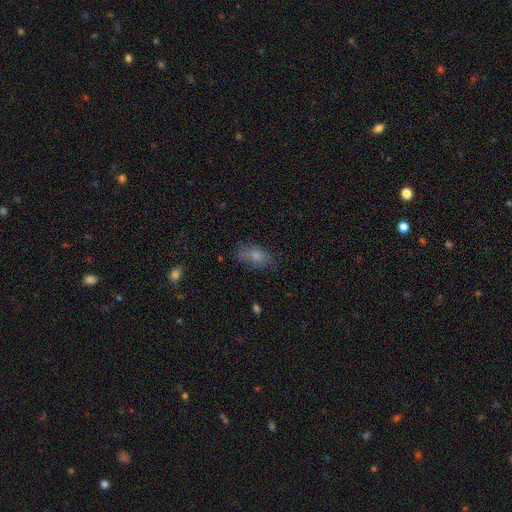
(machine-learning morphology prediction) smooth-or-featured: smooth: 71% | featured or disk: 19% | star or artifact: 11%
  how-rounded: in between: 85% | round: 8% | cigar-shaped: 7%
  merging: none: 64% | minor disturbance: 24% | major disturbance: 10% | merger: 2%